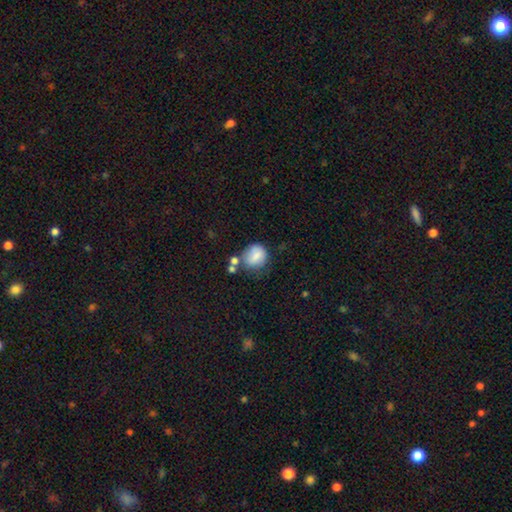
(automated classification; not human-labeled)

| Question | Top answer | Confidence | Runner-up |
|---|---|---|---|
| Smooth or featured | smooth | 78% | featured or disk (13%) |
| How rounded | round | 68% | in between (31%) |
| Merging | none | 50% | minor disturbance (24%) |